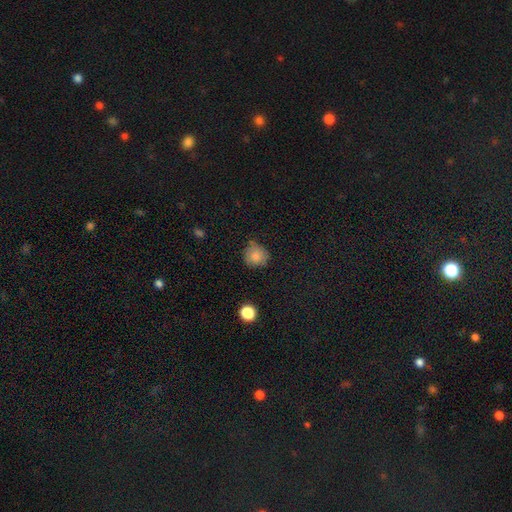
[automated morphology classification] Smooth or featured: smooth — 83% (star or artifact — 10%)
How rounded: round — 89% (in between — 10%)
Merging: none — 71% (minor disturbance — 21%)